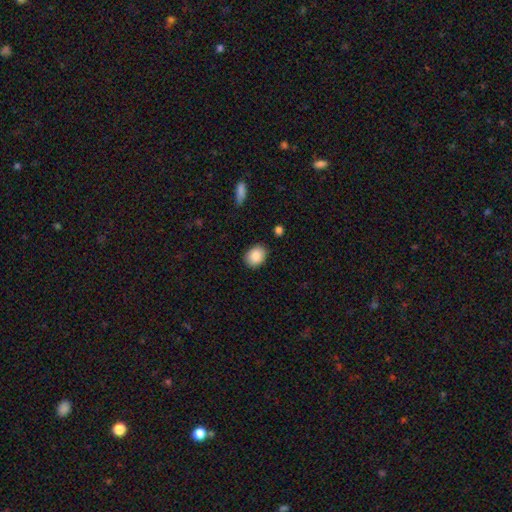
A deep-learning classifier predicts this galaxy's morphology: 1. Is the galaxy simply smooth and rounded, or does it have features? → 87% smooth, 8% star or artifact, 5% featured or disk.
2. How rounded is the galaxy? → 58% in between, 41% round, 1% cigar-shaped.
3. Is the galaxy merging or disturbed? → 87% none, 9% minor disturbance, 2% major disturbance, 2% merger.